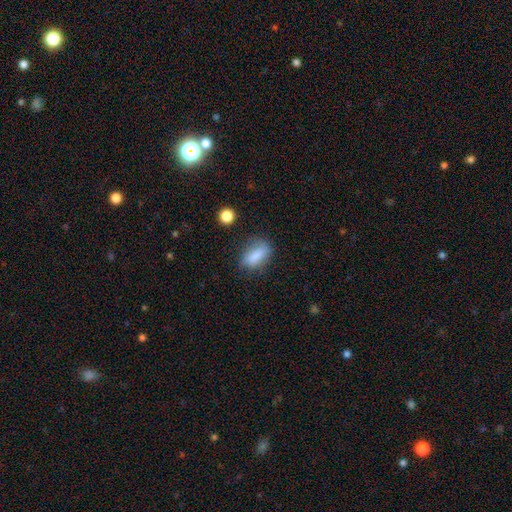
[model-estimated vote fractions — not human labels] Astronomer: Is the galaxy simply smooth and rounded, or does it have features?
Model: smooth — 80%.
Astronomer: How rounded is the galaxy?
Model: in between — 76%.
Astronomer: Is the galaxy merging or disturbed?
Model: none — 66%.